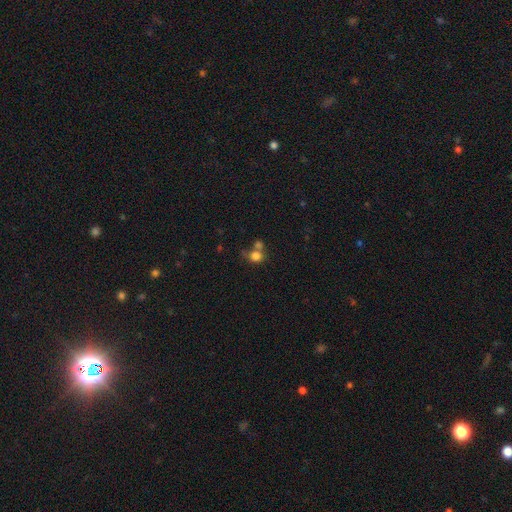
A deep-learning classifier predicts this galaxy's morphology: Smooth or featured?
  - smooth: 78% *
  - star or artifact: 12%
  - featured or disk: 9%
How rounded?
  - round: 79% *
  - in between: 20%
  - cigar-shaped: 1%
Merging?
  - none: 44% *
  - merger: 39%
  - minor disturbance: 11%
  - major disturbance: 7%